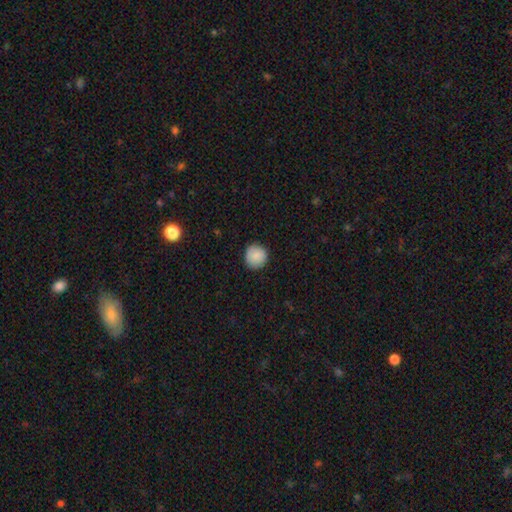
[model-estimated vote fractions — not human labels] Smooth or featured?
  - smooth: 88% *
  - star or artifact: 8%
  - featured or disk: 4%
How rounded?
  - round: 94% *
  - in between: 5%
  - cigar-shaped: 1%
Merging?
  - none: 89% *
  - minor disturbance: 8%
  - major disturbance: 2%
  - merger: 1%